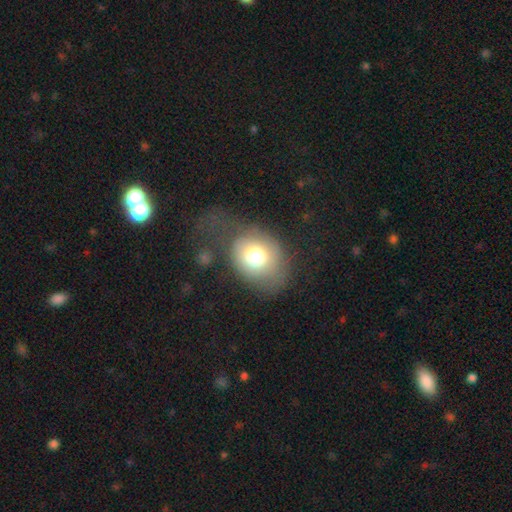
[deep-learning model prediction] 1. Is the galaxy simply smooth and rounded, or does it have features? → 72% smooth, 17% featured or disk, 10% star or artifact.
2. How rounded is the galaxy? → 52% round, 47% in between, 1% cigar-shaped.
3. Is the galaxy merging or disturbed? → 43% none, 29% major disturbance, 23% minor disturbance, 4% merger.